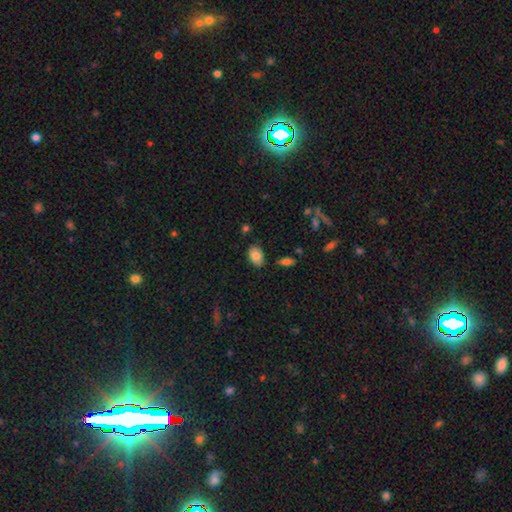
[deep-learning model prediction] smooth 83%, featured or disk 9%, star or artifact 8%. Down the decision tree: how rounded — in between (87%); merging — none (79%).